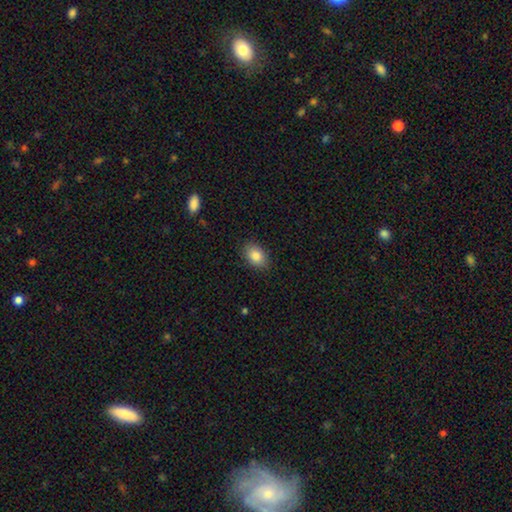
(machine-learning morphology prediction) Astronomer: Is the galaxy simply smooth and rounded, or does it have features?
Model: smooth — 85%.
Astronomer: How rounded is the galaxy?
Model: in between — 82%.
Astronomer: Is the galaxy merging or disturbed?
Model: none — 87%.